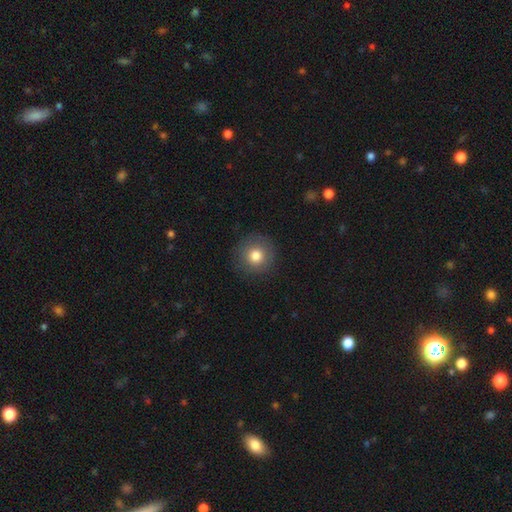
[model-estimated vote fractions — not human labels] This appears to be a smooth galaxy with no disk features (79%) that is round (95%). Merging: none (89%).